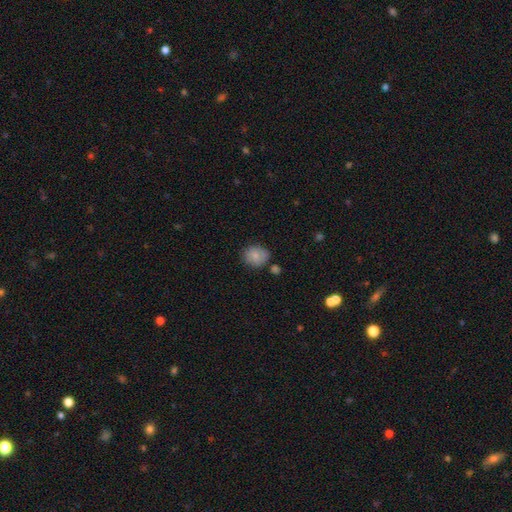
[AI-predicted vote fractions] Smooth or featured: smooth — 82% (featured or disk — 9%)
How rounded: round — 69% (in between — 30%)
Merging: none — 73% (minor disturbance — 17%)